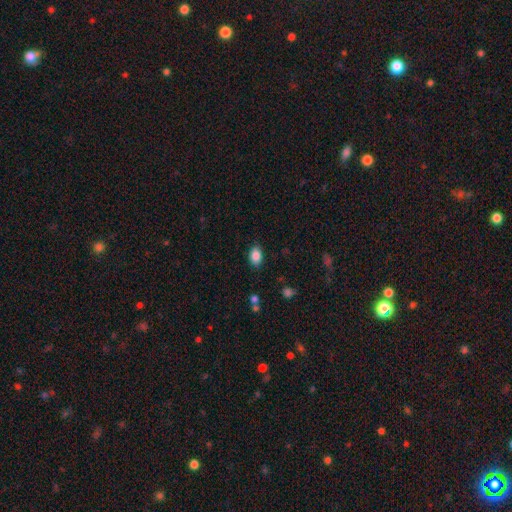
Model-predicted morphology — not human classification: Smooth or featured?
  - smooth: 87% *
  - star or artifact: 8%
  - featured or disk: 5%
How rounded?
  - in between: 85% *
  - round: 13%
  - cigar-shaped: 1%
Merging?
  - none: 87% *
  - minor disturbance: 10%
  - major disturbance: 3%
  - merger: 1%